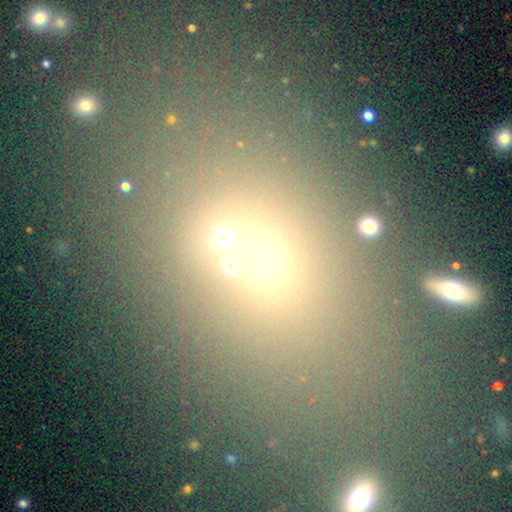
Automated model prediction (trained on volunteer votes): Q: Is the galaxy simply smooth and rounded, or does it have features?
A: smooth — 56%.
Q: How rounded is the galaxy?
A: in between — 69%.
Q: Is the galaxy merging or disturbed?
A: none — 64%.